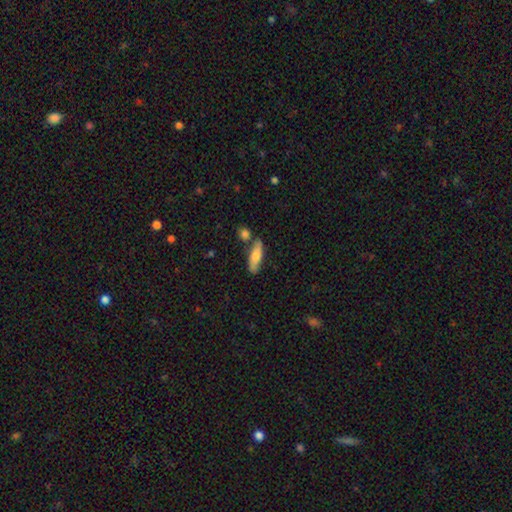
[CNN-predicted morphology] smooth 72%, featured or disk 22%, star or artifact 6%. Down the decision tree: how rounded — cigar-shaped (49%, tied with in between); merging — none (69%).